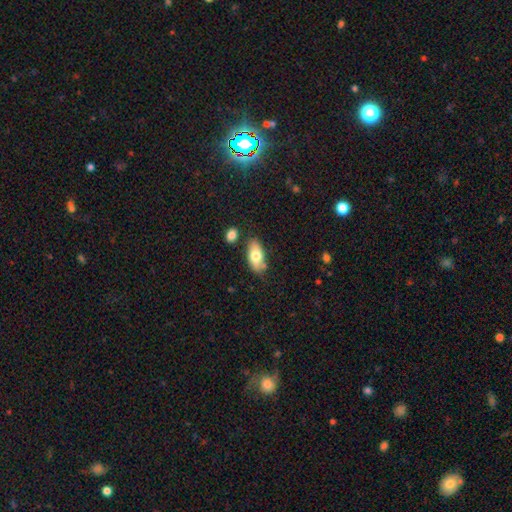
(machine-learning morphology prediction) Overall: smooth (74%). How rounded: in between (90%). Merging: none (74%).